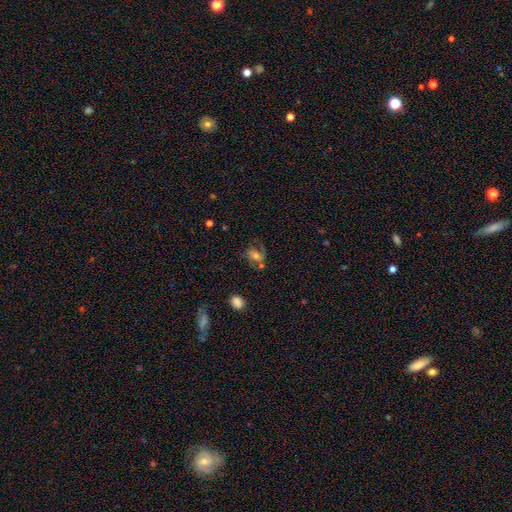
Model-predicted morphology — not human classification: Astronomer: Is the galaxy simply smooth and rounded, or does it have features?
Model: featured or disk — 44%, tied with smooth at 44%.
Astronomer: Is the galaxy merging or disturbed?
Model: none — 50%.